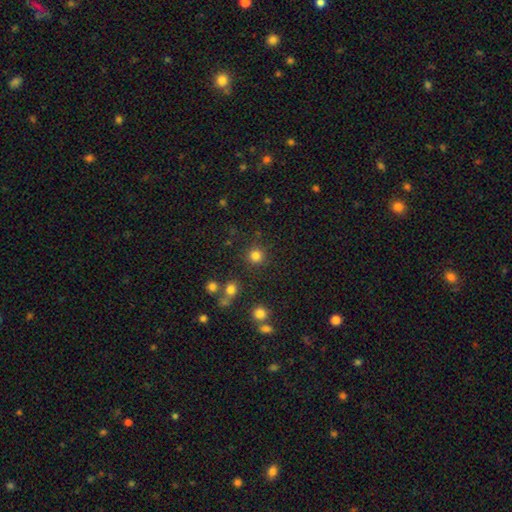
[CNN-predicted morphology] Smooth or featured: smooth — 82% (star or artifact — 14%)
How rounded: round — 93% (in between — 6%)
Merging: none — 87% (minor disturbance — 7%)